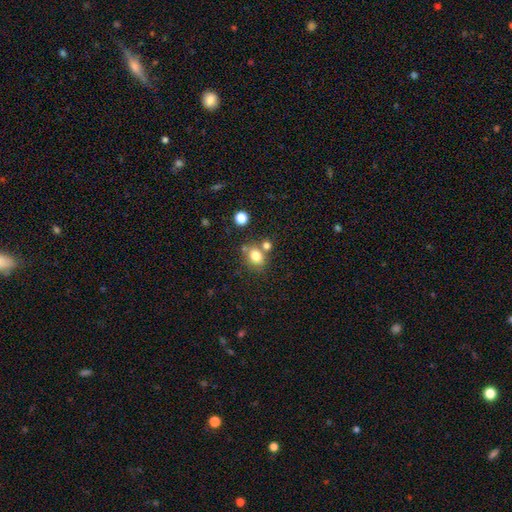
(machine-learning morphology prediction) Smooth or featured? smooth (78%)
How rounded? round (53%)
Merging? none (61%)